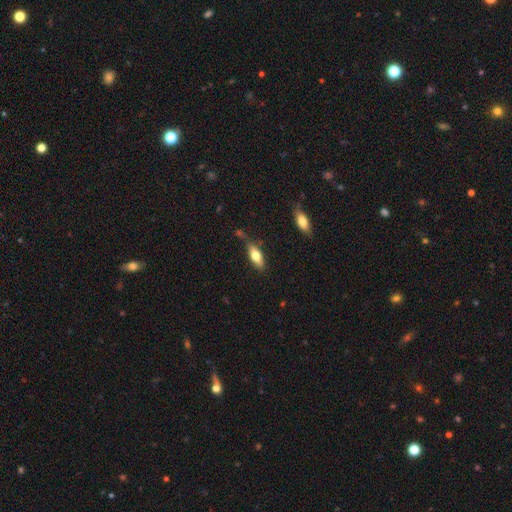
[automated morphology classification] Smooth or featured? smooth (70%)
How rounded? in between (73%)
Merging? none (64%)